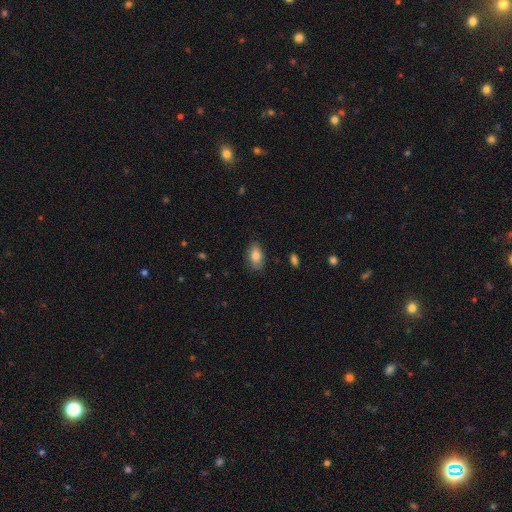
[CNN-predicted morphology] A smooth galaxy with no disk features (82%) that is in between round and cigar-shaped (90%). Merging: none (82%).